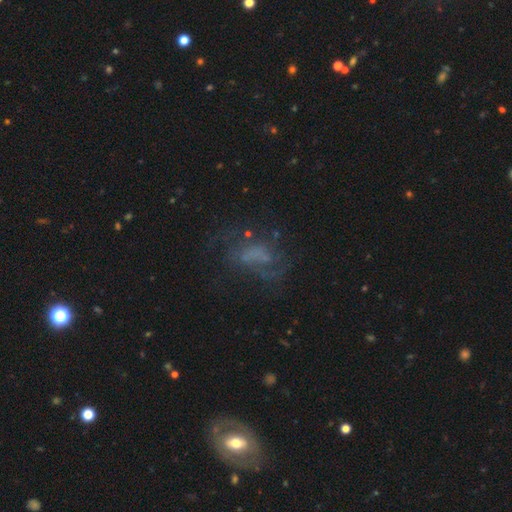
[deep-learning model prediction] featured or disk 54%, smooth 26%, star or artifact 19%. Down the decision tree: edge-on disk — no (96%); bar — no (62%); spiral arms — yes (59%); bulge size — none (67%); merging — none (47%).